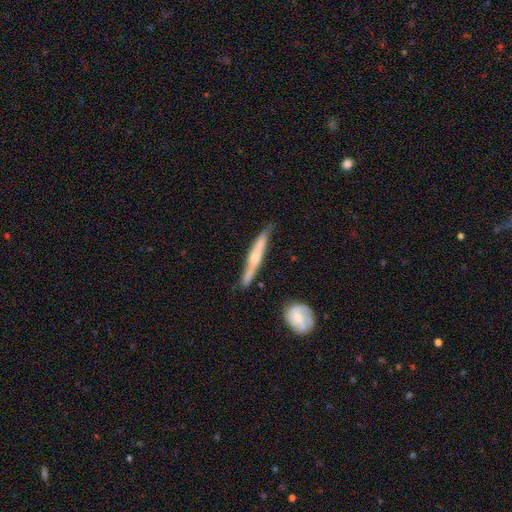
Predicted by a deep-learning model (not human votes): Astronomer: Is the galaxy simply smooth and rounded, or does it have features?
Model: featured or disk — 59% (runner-up: smooth, 36%).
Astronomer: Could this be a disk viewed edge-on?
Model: yes — 94%.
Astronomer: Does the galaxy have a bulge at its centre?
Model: rounded — 71%.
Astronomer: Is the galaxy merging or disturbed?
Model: none — 78%.